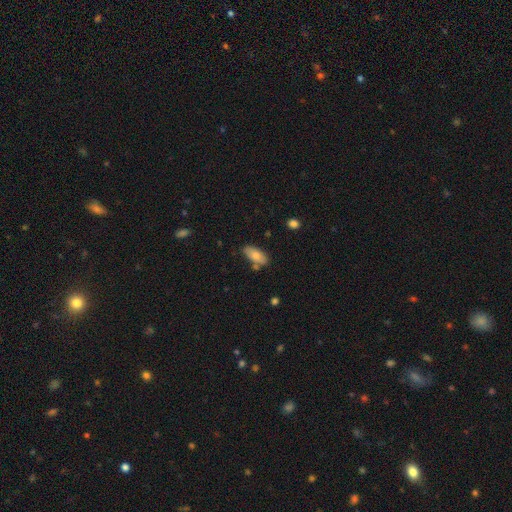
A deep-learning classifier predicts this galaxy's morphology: smooth-or-featured: smooth: 78% | featured or disk: 15% | star or artifact: 7%
  how-rounded: in between: 89% | cigar-shaped: 8% | round: 2%
  merging: none: 73% | minor disturbance: 17% | merger: 7% | major disturbance: 3%